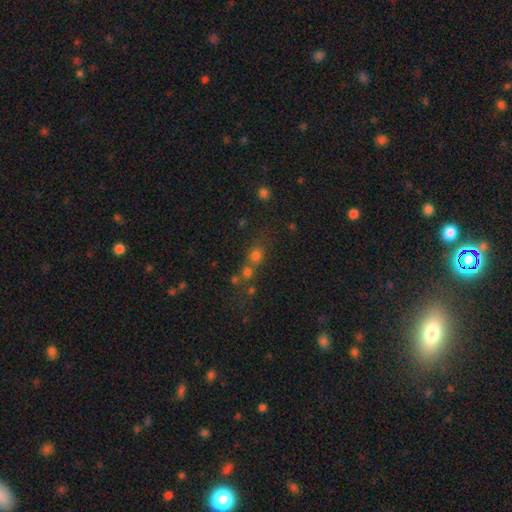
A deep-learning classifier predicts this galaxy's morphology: Q: Smooth or featured?
A: smooth (64%); runner-up: star or artifact (22%)
Q: How rounded?
A: round (72%); runner-up: in between (24%)
Q: Merging?
A: merger (45%); runner-up: none (40%)